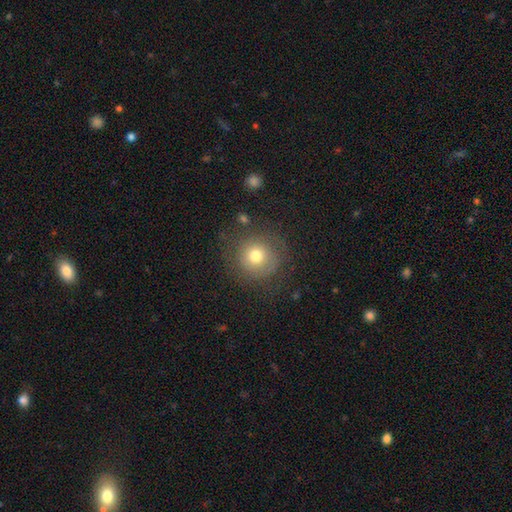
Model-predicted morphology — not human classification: The model was most divided on "smooth or featured": smooth: 71%, featured or disk: 16%, star or artifact: 13%. More confident: how rounded — round (93%); merging — none (75%).